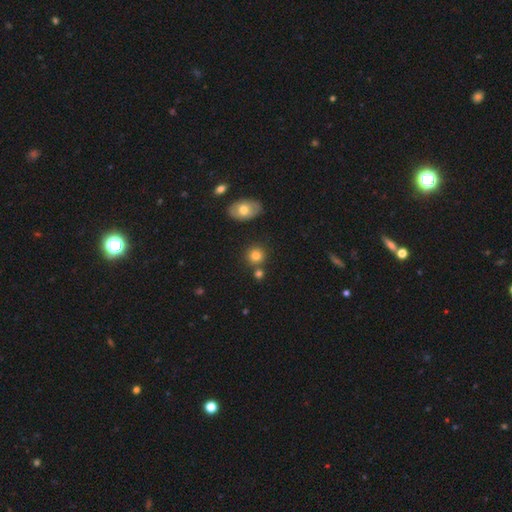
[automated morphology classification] This is clearly a smooth galaxy (80%). How rounded: clearly round (86%). Merging: likely none (76%).